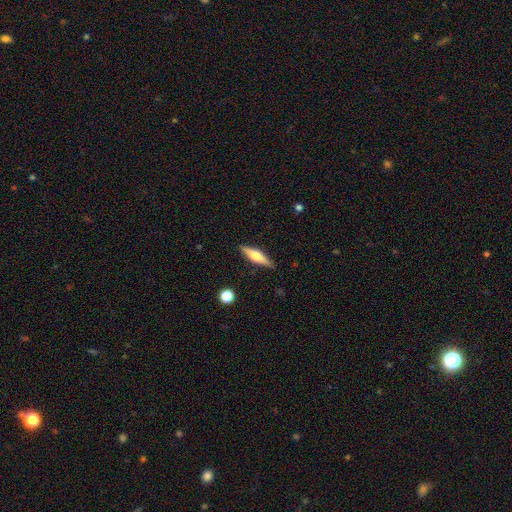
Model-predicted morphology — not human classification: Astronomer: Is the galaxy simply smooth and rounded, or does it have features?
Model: featured or disk — 52% (runner-up: smooth, 42%).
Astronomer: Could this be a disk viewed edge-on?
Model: yes — 94%.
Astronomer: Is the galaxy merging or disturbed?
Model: none — 88%.